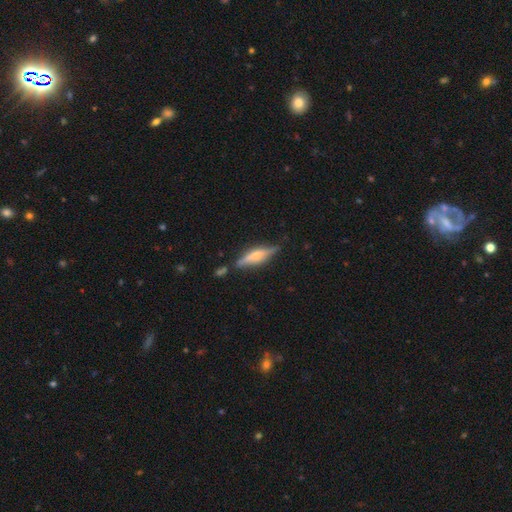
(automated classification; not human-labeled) Smooth or featured: featured or disk — 64% (smooth — 29%)
Edge-on disk: yes — 93% (no — 7%)
Edge-on bulge: rounded — 80% (boxy — 14%)
Merging: none — 76% (minor disturbance — 16%)